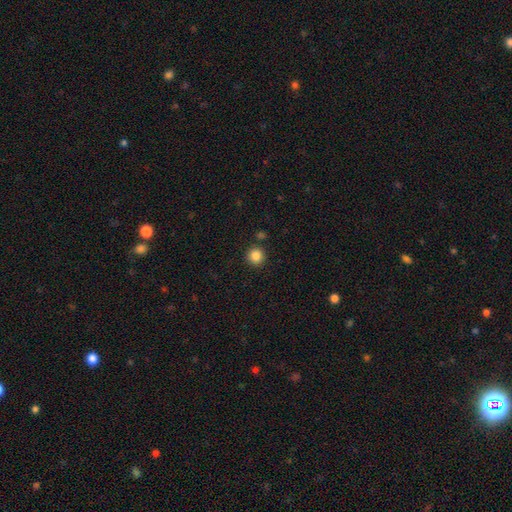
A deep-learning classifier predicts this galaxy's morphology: Smooth or featured: smooth — 85% (star or artifact — 11%)
How rounded: round — 95% (in between — 4%)
Merging: none — 89% (minor disturbance — 6%)